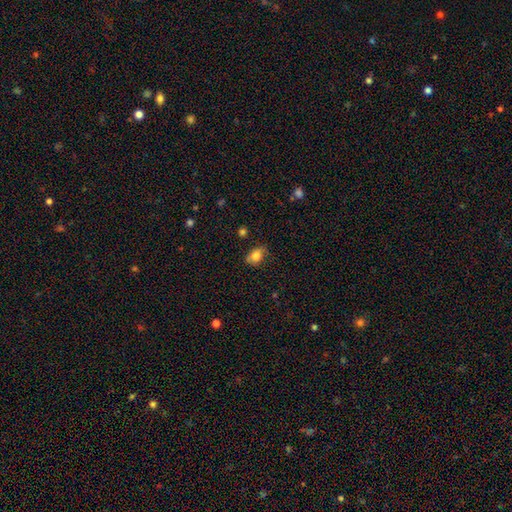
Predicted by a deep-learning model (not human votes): smooth_or_featured: smooth (p=0.81) [alt: featured or disk p=0.10]
how_rounded: in between (p=0.79) [alt: round p=0.19]
merging: none (p=0.67) [alt: minor disturbance p=0.25]